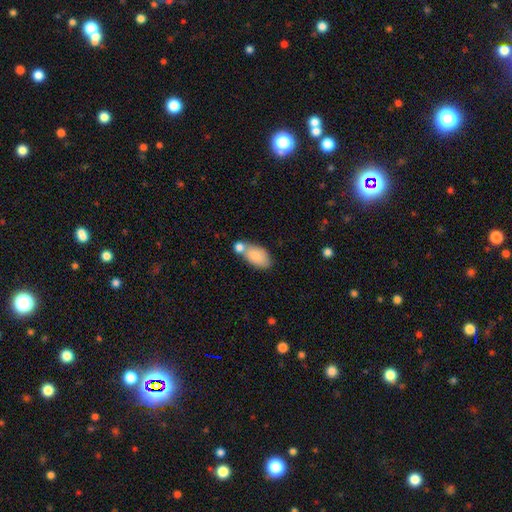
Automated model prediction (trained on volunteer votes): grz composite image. It shows a smooth galaxy with no disk features (81%) that is in between round and cigar-shaped (91%). Merging: none (41%).